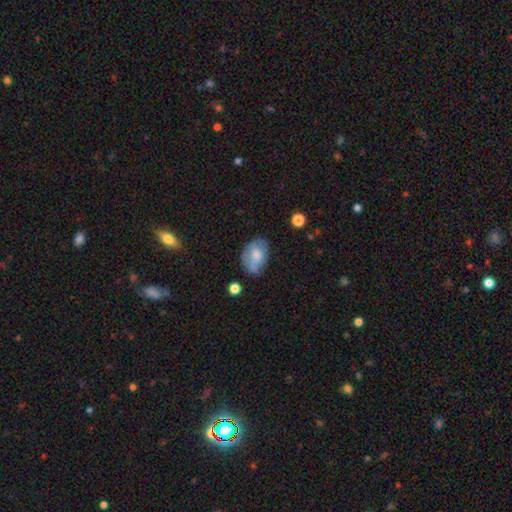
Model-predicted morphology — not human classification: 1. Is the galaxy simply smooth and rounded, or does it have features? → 61% smooth, 31% featured or disk, 8% star or artifact.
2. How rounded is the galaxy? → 79% in between, 20% round, 1% cigar-shaped.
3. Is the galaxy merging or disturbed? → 53% none, 30% minor disturbance, 13% major disturbance, 4% merger.